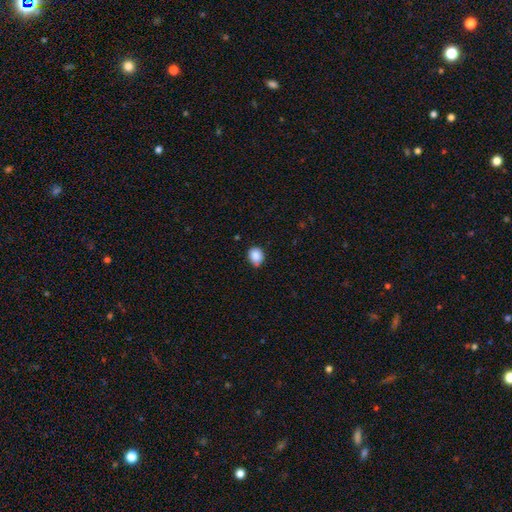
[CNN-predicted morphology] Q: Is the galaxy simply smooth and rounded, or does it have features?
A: smooth — 87%.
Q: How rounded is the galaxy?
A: round — 63%.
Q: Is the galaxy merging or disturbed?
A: none — 73%.